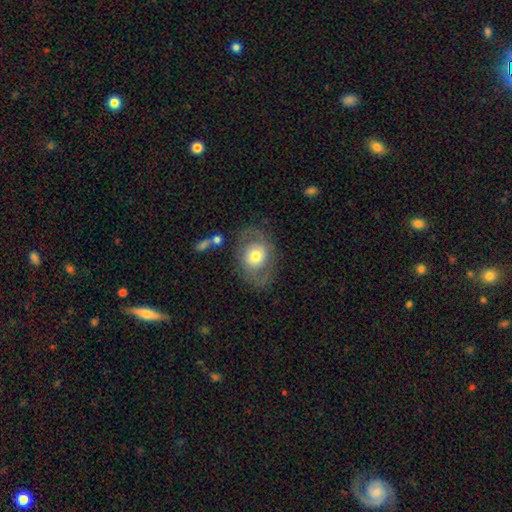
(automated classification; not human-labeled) Smooth or featured? smooth (49%)
Merging? none (69%)